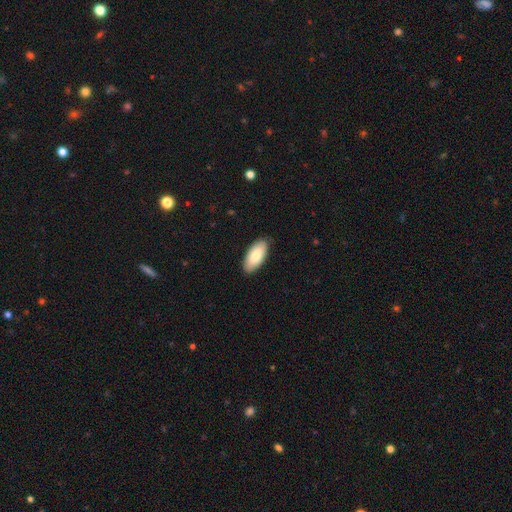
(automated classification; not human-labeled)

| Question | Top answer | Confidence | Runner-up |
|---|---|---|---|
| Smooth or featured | smooth | 83% | featured or disk (12%) |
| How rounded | in between | 91% | cigar-shaped (8%) |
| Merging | none | 86% | minor disturbance (11%) |